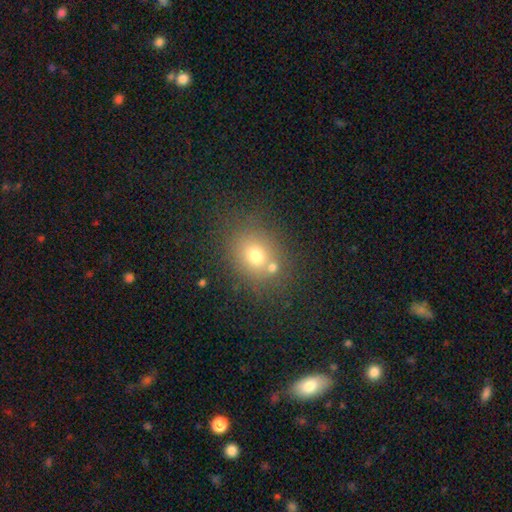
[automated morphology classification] A smooth galaxy with no disk features (70%) that is round (59%).

Vote fractions:
- Smooth or featured? smooth: 70% / star or artifact: 16% / featured or disk: 14%
- How rounded? round: 59% / in between: 40% / cigar-shaped: 1%
- Merging? none: 61% / merger: 23% / minor disturbance: 12% / major disturbance: 4%